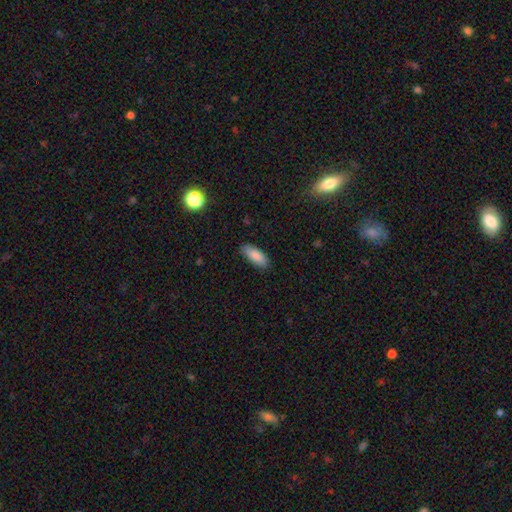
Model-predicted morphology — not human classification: Smooth or featured?
  - smooth: 88% *
  - featured or disk: 6%
  - star or artifact: 6%
How rounded?
  - in between: 78% *
  - cigar-shaped: 21%
  - round: 2%
Merging?
  - none: 85% *
  - minor disturbance: 12%
  - major disturbance: 2%
  - merger: 1%